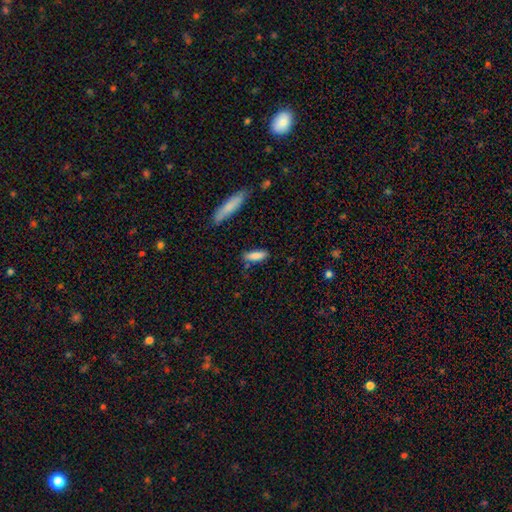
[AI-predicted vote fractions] This appears to be a smooth galaxy with no disk features (85%) that is cigar-shaped (51%). Merging: none (76%).